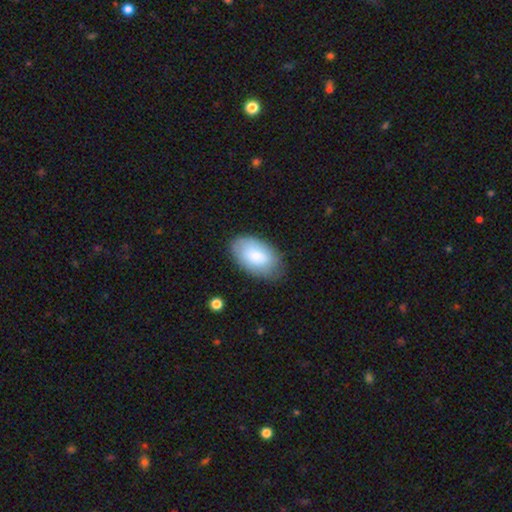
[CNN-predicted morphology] Q: Smooth or featured?
A: smooth (80%); runner-up: featured or disk (14%)
Q: How rounded?
A: in between (94%); runner-up: round (5%)
Q: Merging?
A: none (78%); runner-up: minor disturbance (17%)